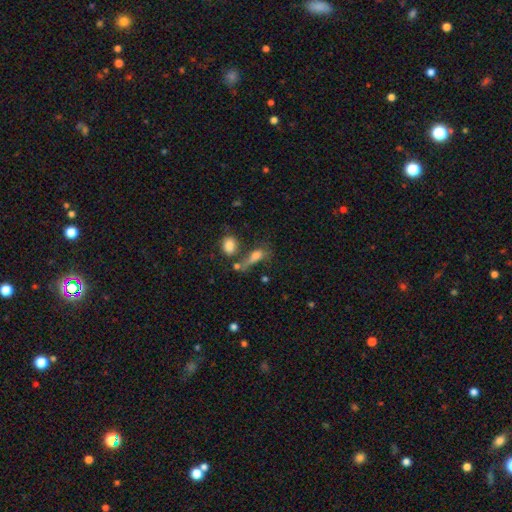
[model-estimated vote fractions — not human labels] Smooth or featured: smooth — 68% (featured or disk — 19%)
How rounded: in between — 67% (cigar-shaped — 19%)
Merging: merger — 32% (none — 30%)